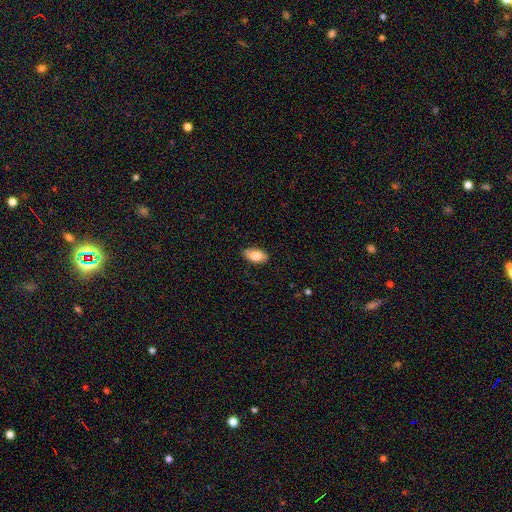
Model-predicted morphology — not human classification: Smooth or featured?
  - smooth: 82% *
  - featured or disk: 11%
  - star or artifact: 6%
How rounded?
  - in between: 91% *
  - cigar-shaped: 6%
  - round: 3%
Merging?
  - none: 85% *
  - minor disturbance: 12%
  - major disturbance: 2%
  - merger: 1%